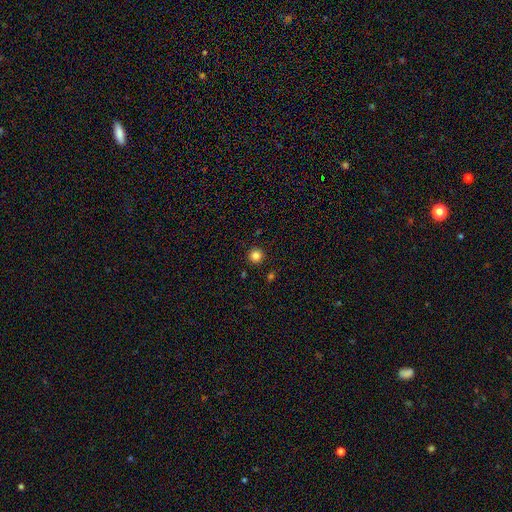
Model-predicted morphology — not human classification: This is clearly a smooth galaxy (84%). How rounded: clearly round (96%). Merging: clearly none (92%).